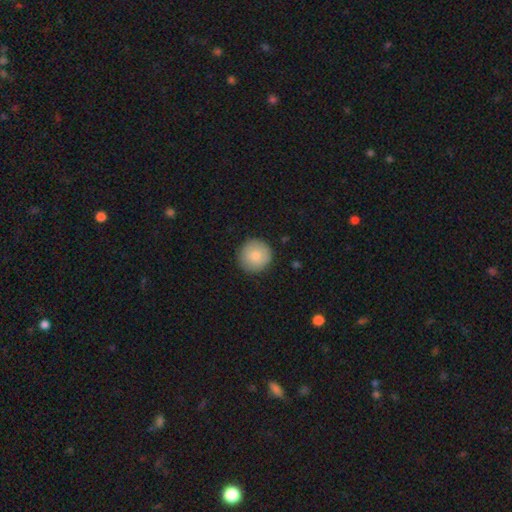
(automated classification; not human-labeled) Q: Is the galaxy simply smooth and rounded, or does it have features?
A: smooth — 84%.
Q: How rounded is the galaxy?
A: round — 96%.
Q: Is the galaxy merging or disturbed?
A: none — 89%.